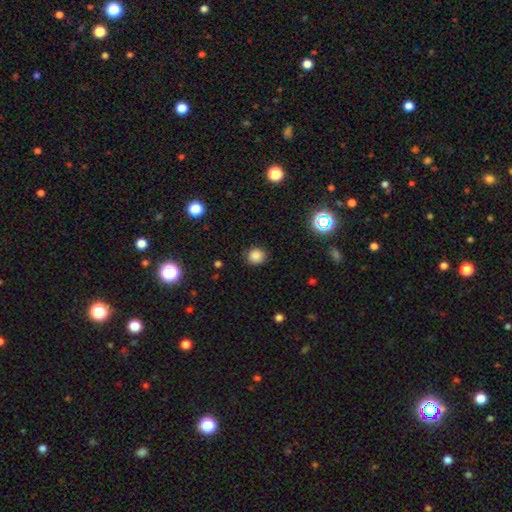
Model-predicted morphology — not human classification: The model was most divided on "smooth or featured": smooth: 83%, star or artifact: 13%, featured or disk: 4%. More confident: merging — none (87%); how rounded — round (86%).